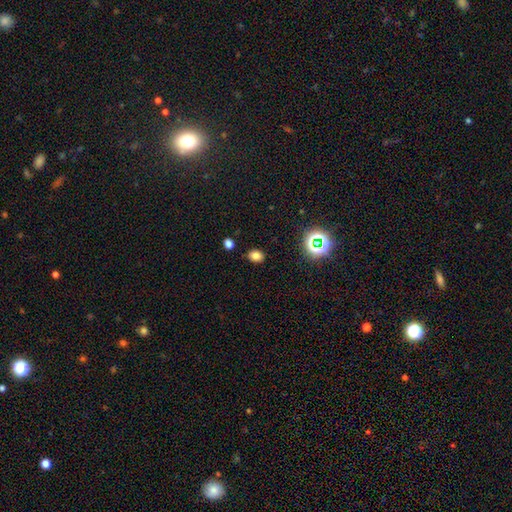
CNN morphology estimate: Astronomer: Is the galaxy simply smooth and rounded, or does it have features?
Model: smooth — 76%.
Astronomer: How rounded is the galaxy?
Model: in between — 59% (runner-up: round, 40%).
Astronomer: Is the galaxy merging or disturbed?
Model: none — 86%.